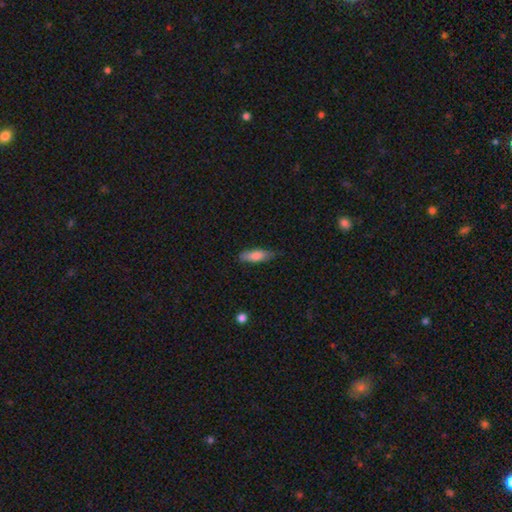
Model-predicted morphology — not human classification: This is clearly a smooth galaxy (80%). How rounded: possibly in between (53%). Merging: likely none (73%).